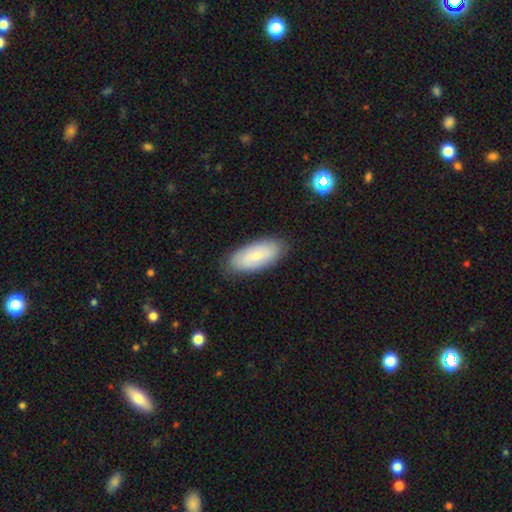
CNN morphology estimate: This is likely a smooth galaxy (63%). How rounded: clearly in between (88%). Merging: clearly none (84%).